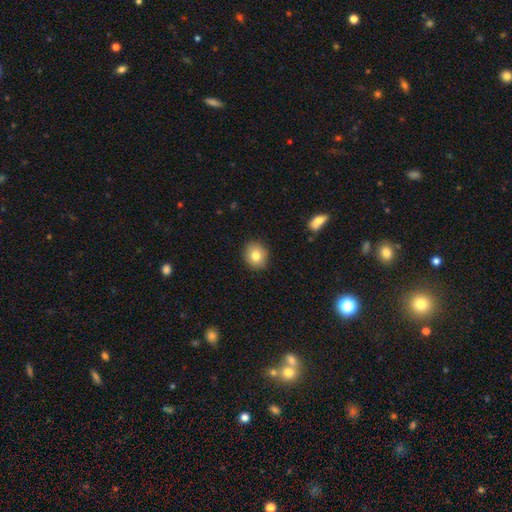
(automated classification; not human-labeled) Smooth or featured? smooth (81%)
How rounded? round (74%)
Merging? none (89%)